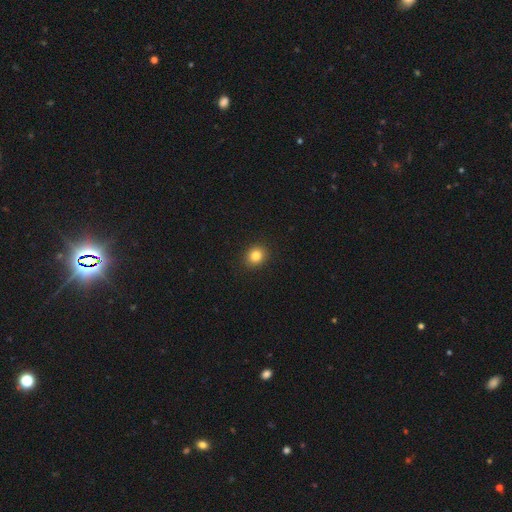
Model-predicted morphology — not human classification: A smooth galaxy with no disk features (84%) that is round (75%).

Vote fractions:
- Smooth or featured? smooth: 84% / star or artifact: 11% / featured or disk: 5%
- How rounded? round: 75% / in between: 24% / cigar-shaped: 1%
- Merging? none: 91% / minor disturbance: 6% / major disturbance: 2% / merger: 1%